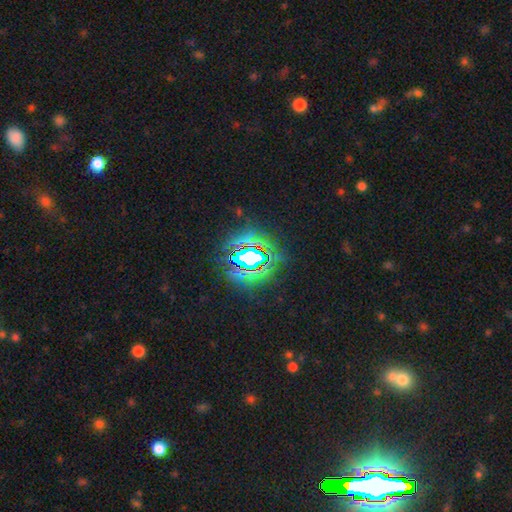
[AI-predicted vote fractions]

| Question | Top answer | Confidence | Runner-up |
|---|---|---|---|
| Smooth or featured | star or artifact | 80% | smooth (12%) |